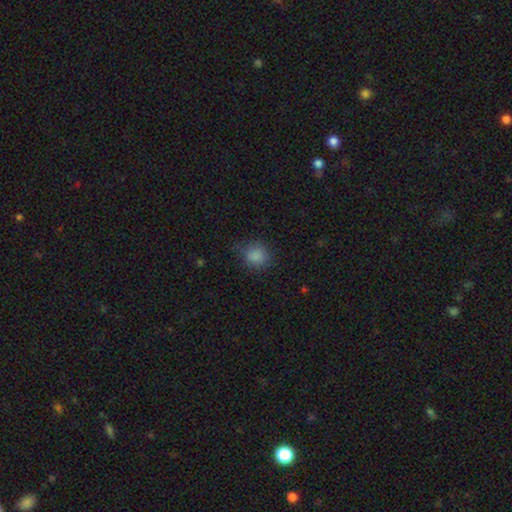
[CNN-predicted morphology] Smooth or featured? Predicted: smooth (p=0.85). How rounded? Predicted: round (p=0.80). Merging? Predicted: none (p=0.77).